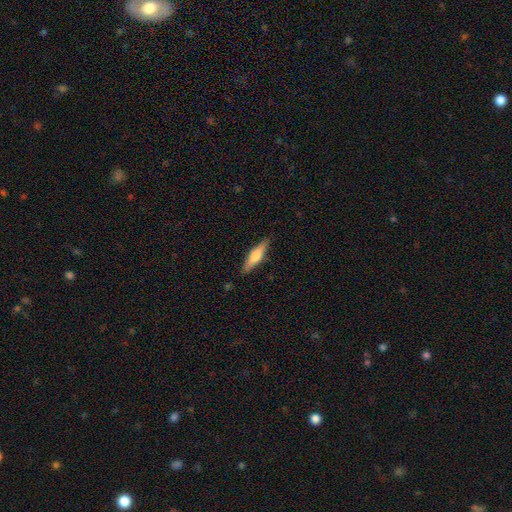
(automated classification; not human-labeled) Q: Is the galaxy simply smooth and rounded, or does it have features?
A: smooth — 58%.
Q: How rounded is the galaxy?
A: cigar-shaped — 71%.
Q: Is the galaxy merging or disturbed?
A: none — 87%.